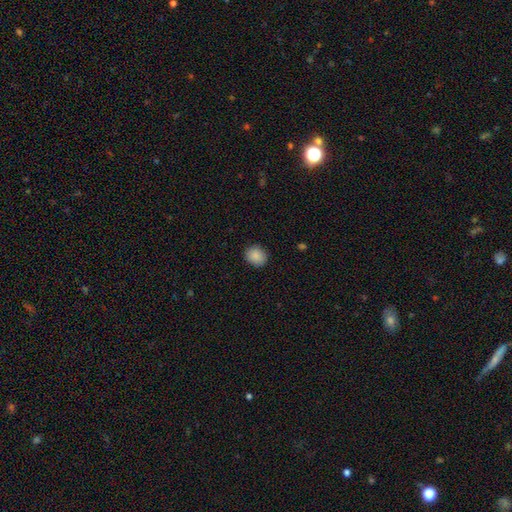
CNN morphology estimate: Q: Smooth or featured?
A: smooth (87%); runner-up: star or artifact (8%)
Q: How rounded?
A: round (78%); runner-up: in between (21%)
Q: Merging?
A: none (88%); runner-up: minor disturbance (9%)